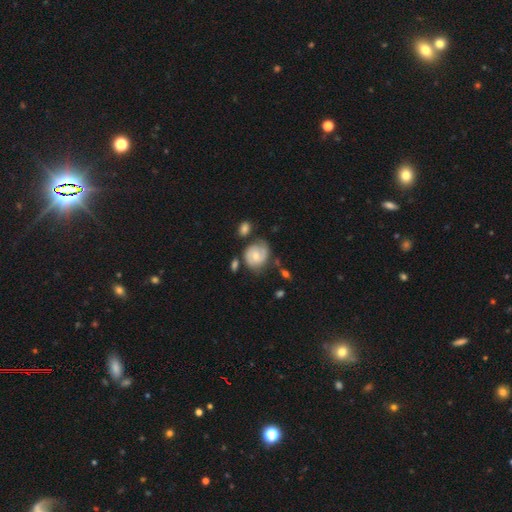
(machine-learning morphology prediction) A featured or disk galaxy (62%) with no bar (60%), 2 (62%) tight (51%) spiral arms (87%) and a small central bulge (46%, tied with moderate). Merging: none (57%).